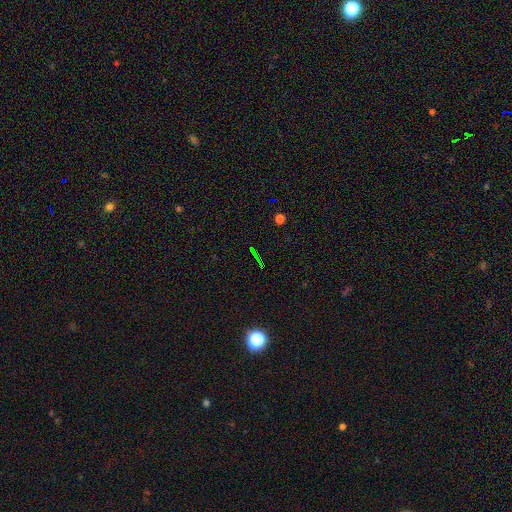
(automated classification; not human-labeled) Overall: star or artifact (69%).